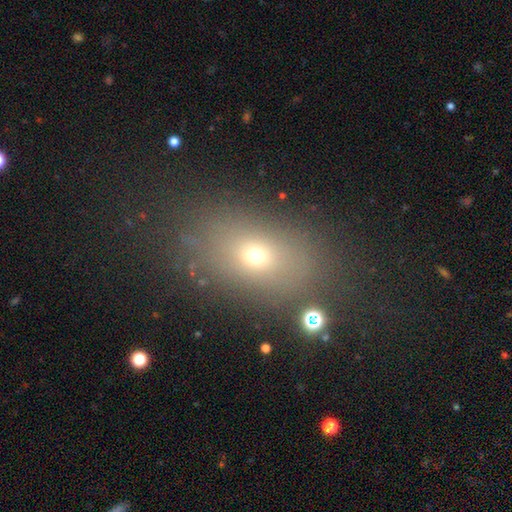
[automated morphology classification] A smooth galaxy with no disk features (62%) that is in between round and cigar-shaped (72%).

Vote fractions:
- Smooth or featured? smooth: 62% / star or artifact: 21% / featured or disk: 17%
- How rounded? in between: 72% / round: 25% / cigar-shaped: 3%
- Merging? none: 76% / minor disturbance: 12% / major disturbance: 8% / merger: 4%